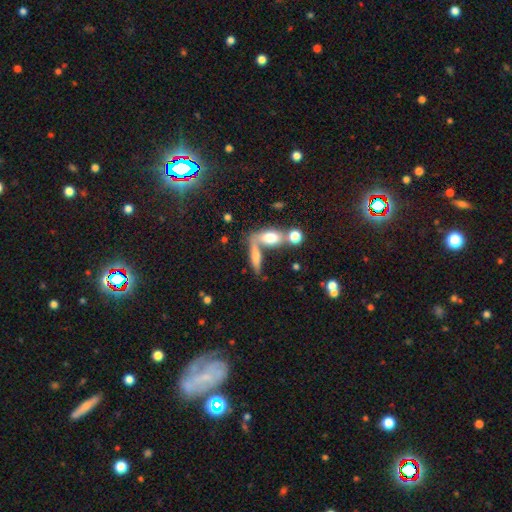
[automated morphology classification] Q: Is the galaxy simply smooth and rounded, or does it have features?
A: smooth — 61%.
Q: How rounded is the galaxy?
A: cigar-shaped — 54%.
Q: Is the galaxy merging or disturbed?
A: none — 43%.